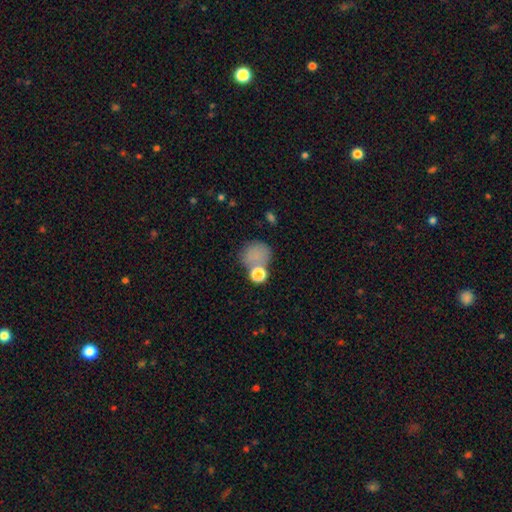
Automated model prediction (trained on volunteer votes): smooth 75%, star or artifact 15%, featured or disk 10%. Down the decision tree: how rounded — round (75%); merging — none (53%).